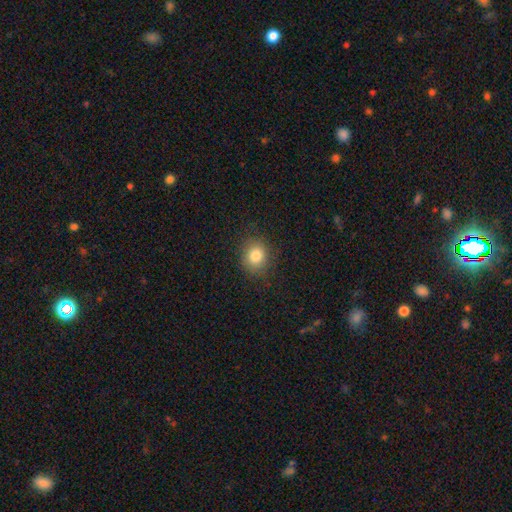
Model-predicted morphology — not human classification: A smooth galaxy with no disk features (82%) that is round (68%). Merging: none (85%).